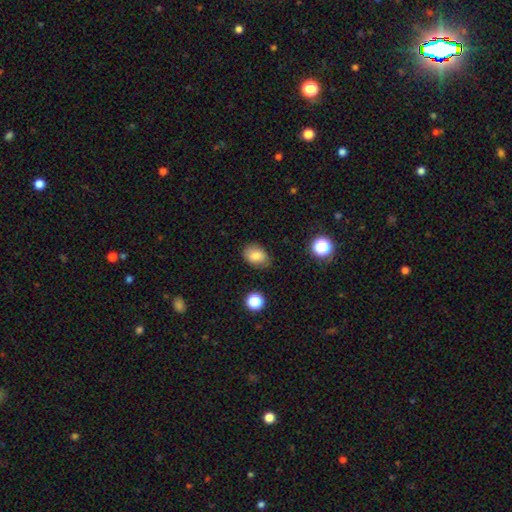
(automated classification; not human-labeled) Q: Smooth or featured?
A: smooth (79%); runner-up: star or artifact (11%)
Q: How rounded?
A: in between (76%); runner-up: round (23%)
Q: Merging?
A: none (78%); runner-up: minor disturbance (17%)